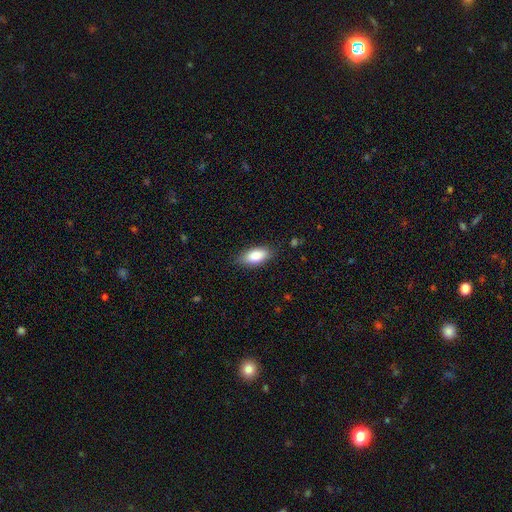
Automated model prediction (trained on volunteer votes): Smooth or featured? smooth (86%)
How rounded? in between (88%)
Merging? none (83%)